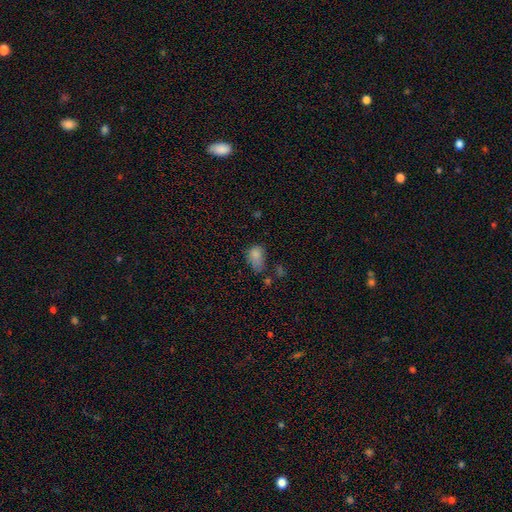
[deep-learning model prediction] Morphology: type=smooth (79%); roundness=in between (80%); merging=none (35%).